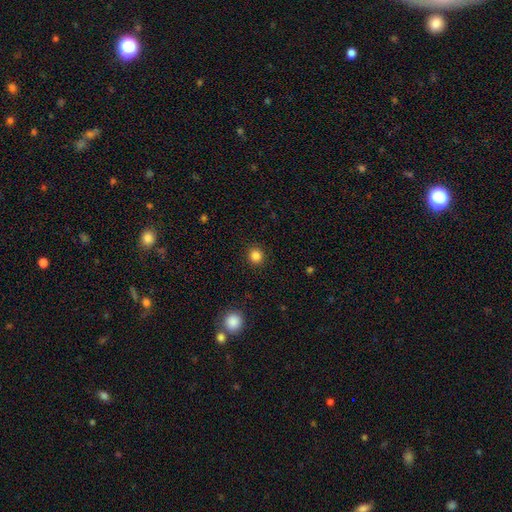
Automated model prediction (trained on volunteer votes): This is clearly a smooth galaxy (85%). How rounded: clearly round (88%). Merging: clearly none (91%).